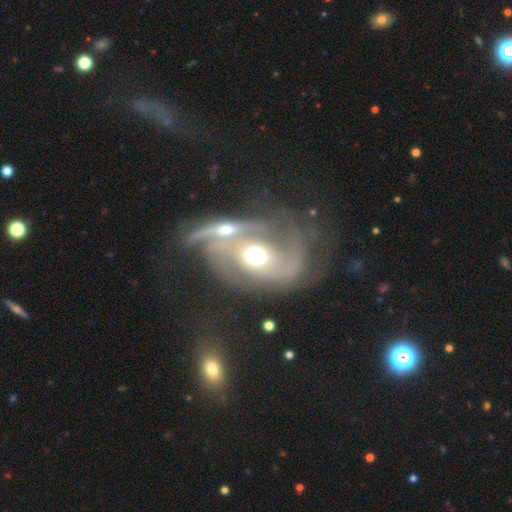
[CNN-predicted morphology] A featured or disk galaxy (70%) with no bar (66%), spiral arms (70%) and a moderate central bulge (54%).

Vote fractions:
- Smooth or featured? featured or disk: 70% / smooth: 21% / star or artifact: 9%
- Edge-on disk? no: 93% / yes: 7%
- Bar? no: 66% / weak: 23% / strong: 12%
- Spiral arms? yes: 70% / no: 30%
- Bulge size? moderate: 54% / large: 32% / dominant: 7% / small: 5% / none: 2%
- Merging? merger: 58% / none: 18% / major disturbance: 16% / minor disturbance: 9%